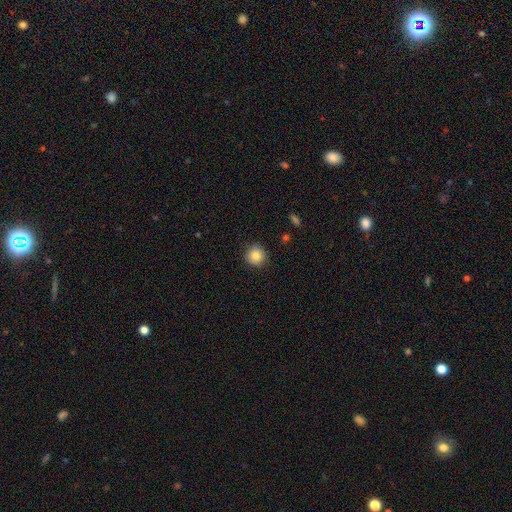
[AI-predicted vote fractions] This is clearly a smooth galaxy (83%). How rounded: clearly round (94%). Merging: clearly none (90%).